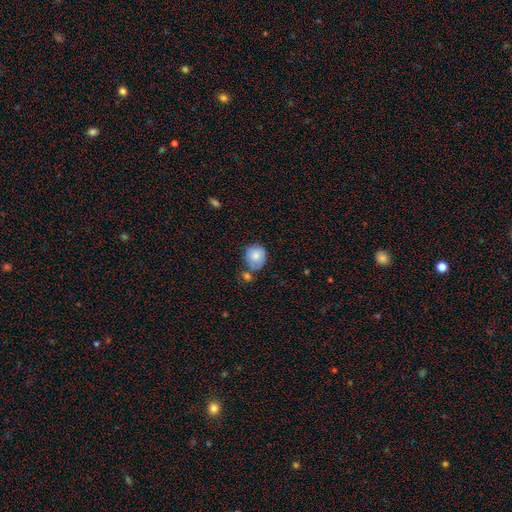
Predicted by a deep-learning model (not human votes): smooth-or-featured: smooth: 77% | featured or disk: 16% | star or artifact: 7%
  how-rounded: round: 68% | in between: 31% | cigar-shaped: 1%
  merging: none: 49% | minor disturbance: 23% | merger: 21% | major disturbance: 7%